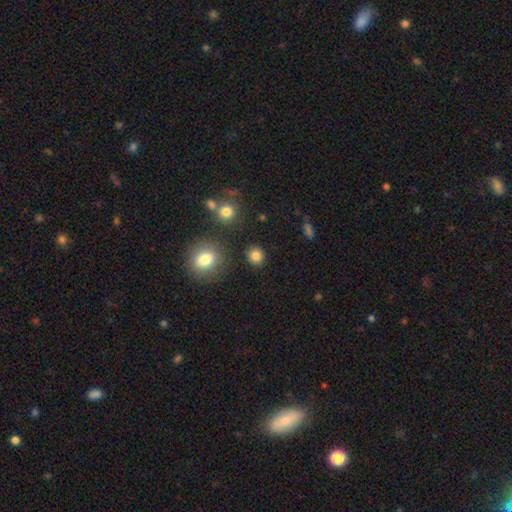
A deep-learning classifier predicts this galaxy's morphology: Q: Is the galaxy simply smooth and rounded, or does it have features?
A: smooth — 84%.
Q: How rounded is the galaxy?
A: round — 90%.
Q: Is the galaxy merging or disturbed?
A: none — 87%.